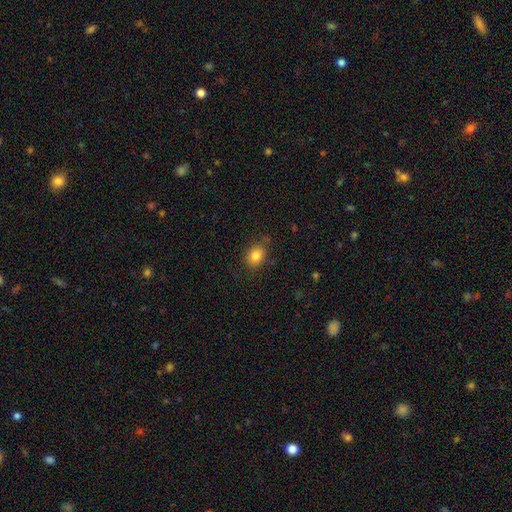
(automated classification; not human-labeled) Q: Smooth or featured?
A: smooth (83%); runner-up: star or artifact (10%)
Q: How rounded?
A: in between (55%); runner-up: round (44%)
Q: Merging?
A: none (77%); runner-up: minor disturbance (17%)